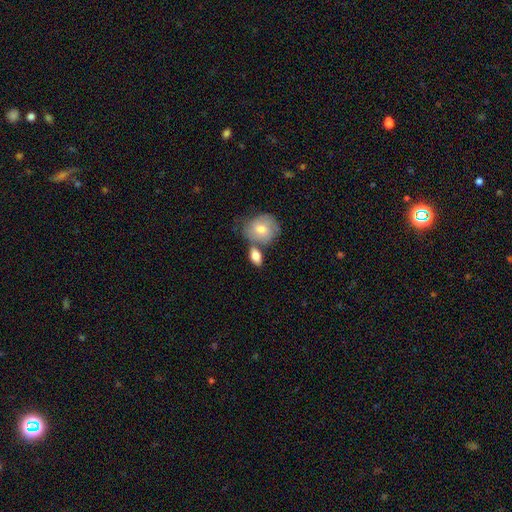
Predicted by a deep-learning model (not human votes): Overall: smooth (80%). How rounded: in between (80%). Merging: none (50%; merger 31%).